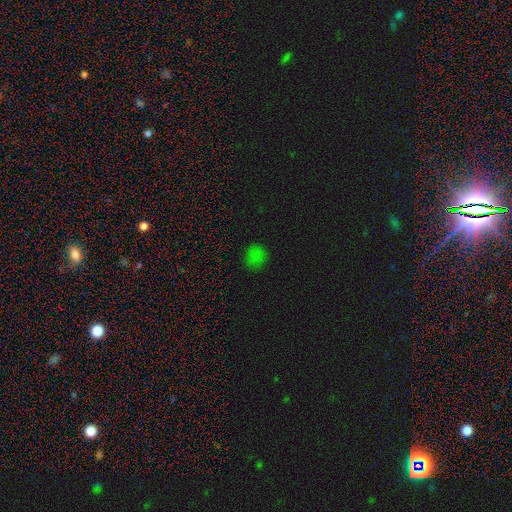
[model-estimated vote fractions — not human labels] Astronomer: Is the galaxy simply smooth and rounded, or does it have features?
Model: smooth — 71%.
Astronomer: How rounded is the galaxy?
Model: round — 78%.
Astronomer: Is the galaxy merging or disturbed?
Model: none — 82%.